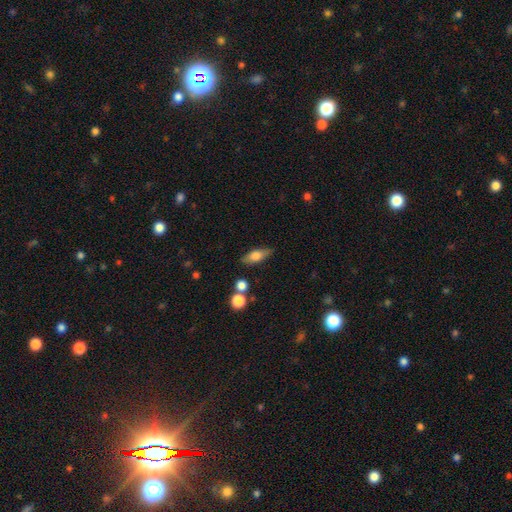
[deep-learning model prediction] smooth_or_featured: smooth (p=0.65) [alt: featured or disk p=0.27]
how_rounded: in between (p=0.68) [alt: cigar-shaped p=0.27]
merging: none (p=0.79) [alt: minor disturbance p=0.13]